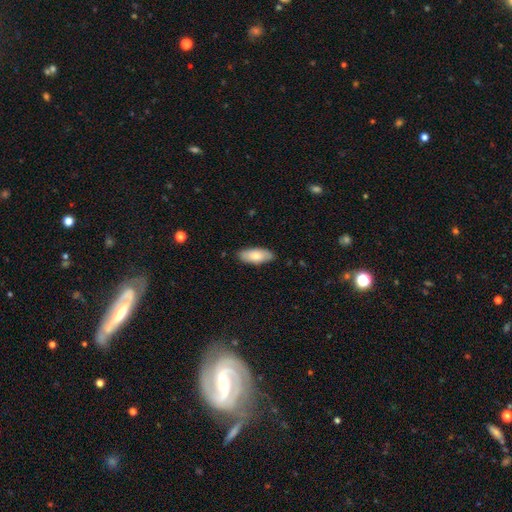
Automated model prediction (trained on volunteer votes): A smooth galaxy with no disk features (76%) that is in between round and cigar-shaped (85%).

Vote fractions:
- Smooth or featured? smooth: 76% / featured or disk: 18% / star or artifact: 6%
- How rounded? in between: 85% / cigar-shaped: 13% / round: 2%
- Merging? none: 85% / minor disturbance: 12% / major disturbance: 2% / merger: 1%